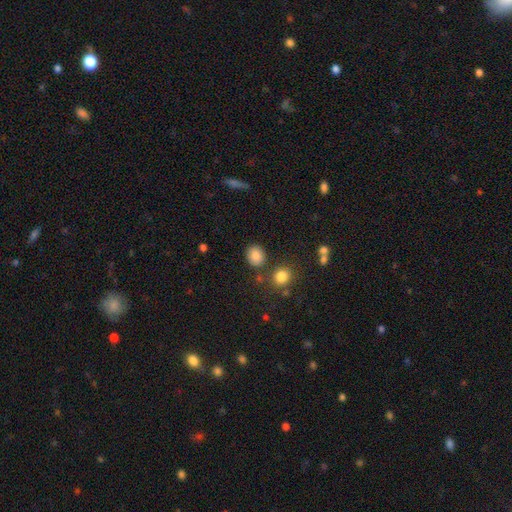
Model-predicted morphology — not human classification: type=smooth (85%); roundness=round (70%); merging=none (82%).